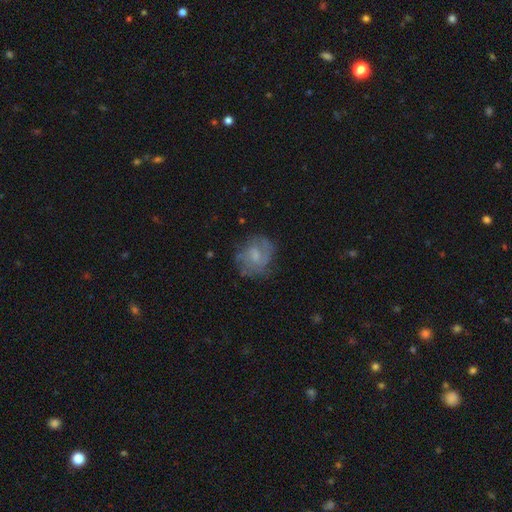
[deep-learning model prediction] Q: Smooth or featured?
A: featured or disk (56%); runner-up: smooth (35%)
Q: Edge-on disk?
A: no (97%); runner-up: yes (3%)
Q: Bar?
A: weak (46%); tied with: no (46%)
Q: Spiral arms?
A: yes (71%); runner-up: no (29%)
Q: Bulge size?
A: small (36%); runner-up: moderate (32%)
Q: Merging?
A: none (63%); runner-up: minor disturbance (21%)